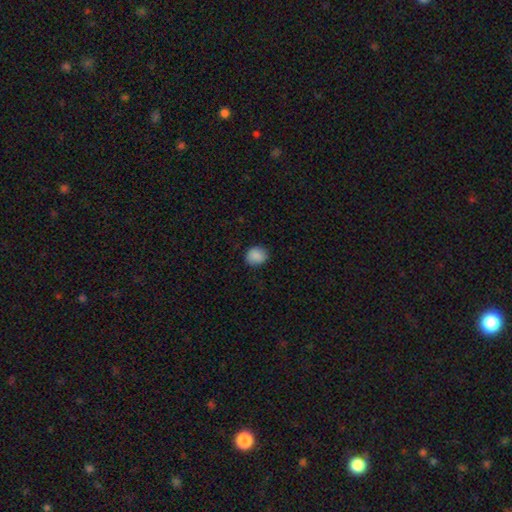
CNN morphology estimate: This appears to be a smooth galaxy with no disk features (88%) that is round (71%). Merging: none (86%).